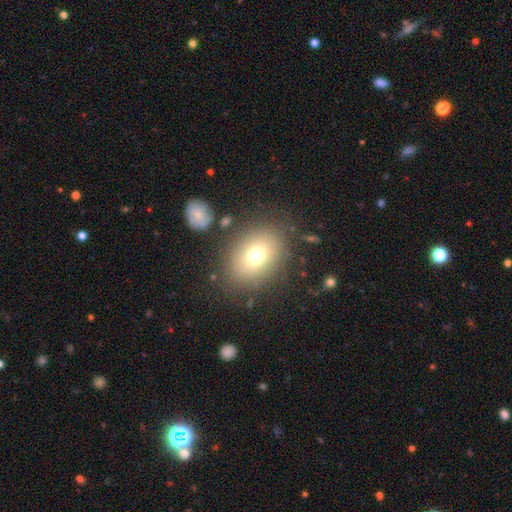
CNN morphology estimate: Smooth or featured? Predicted: smooth (p=0.73). How rounded? Predicted: in between (p=0.60). Merging? Predicted: none (p=0.81).